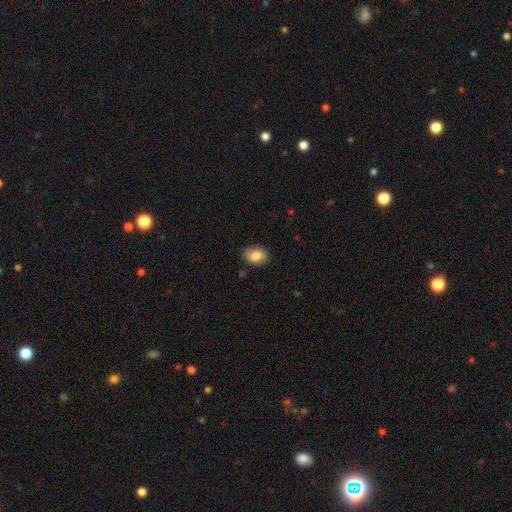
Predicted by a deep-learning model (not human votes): Overall: smooth (81%). How rounded: in between (71%). Merging: none (79%).